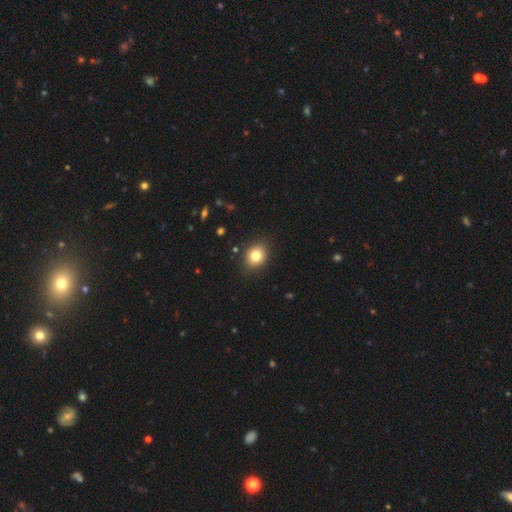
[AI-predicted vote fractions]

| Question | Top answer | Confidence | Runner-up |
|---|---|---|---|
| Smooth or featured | smooth | 81% | star or artifact (10%) |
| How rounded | round | 58% | in between (41%) |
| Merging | none | 86% | minor disturbance (10%) |